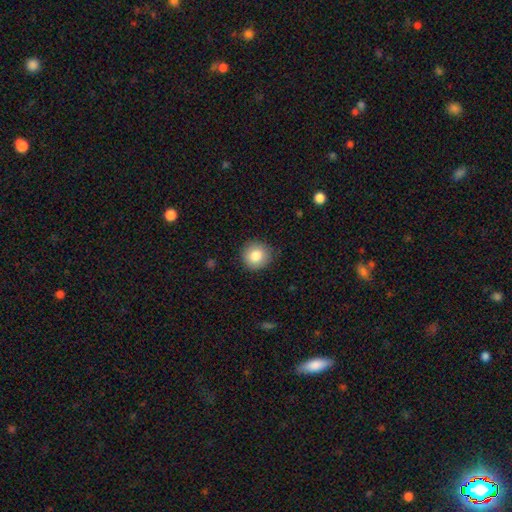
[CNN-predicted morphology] A smooth galaxy with no disk features (84%) that is round (92%). Merging: none (88%).